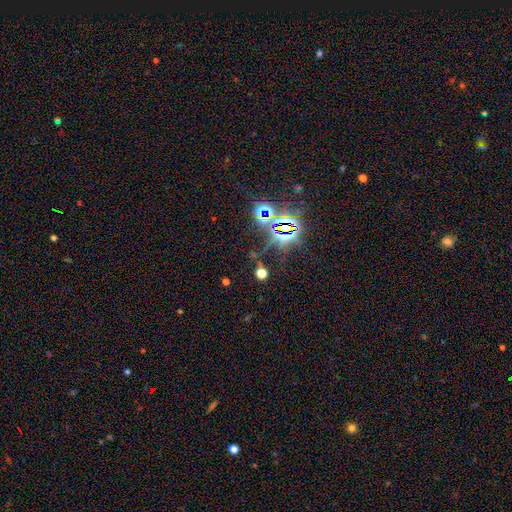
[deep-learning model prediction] Overall: star or artifact (79%).